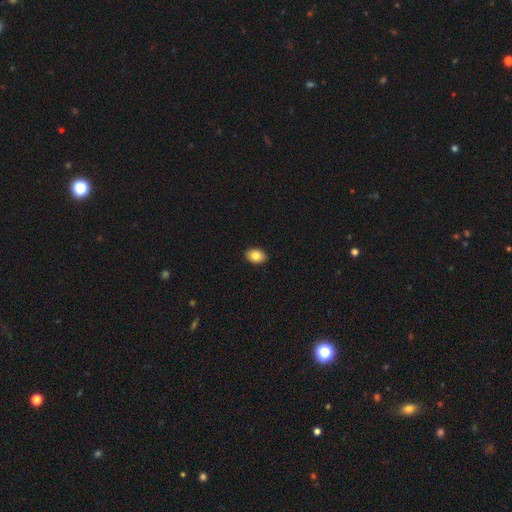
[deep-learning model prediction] Smooth or featured?
  - smooth: 85% *
  - star or artifact: 8%
  - featured or disk: 7%
How rounded?
  - in between: 78% *
  - round: 21%
  - cigar-shaped: 1%
Merging?
  - none: 91% *
  - minor disturbance: 6%
  - major disturbance: 2%
  - merger: 1%